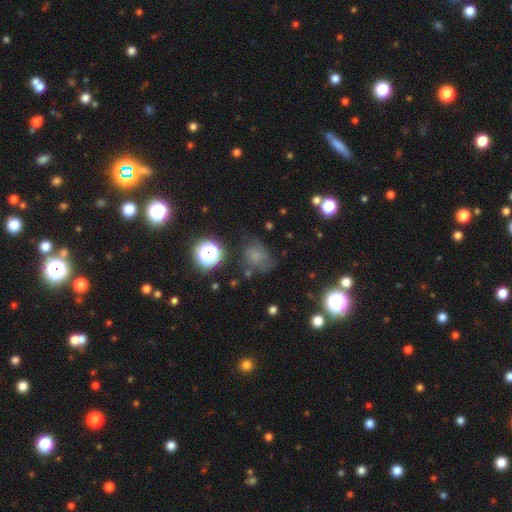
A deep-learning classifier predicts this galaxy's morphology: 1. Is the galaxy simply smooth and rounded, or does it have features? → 52% smooth, 26% featured or disk, 23% star or artifact.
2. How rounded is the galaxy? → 56% round, 42% in between, 1% cigar-shaped.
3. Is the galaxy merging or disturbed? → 47% none, 28% minor disturbance, 21% major disturbance, 4% merger.